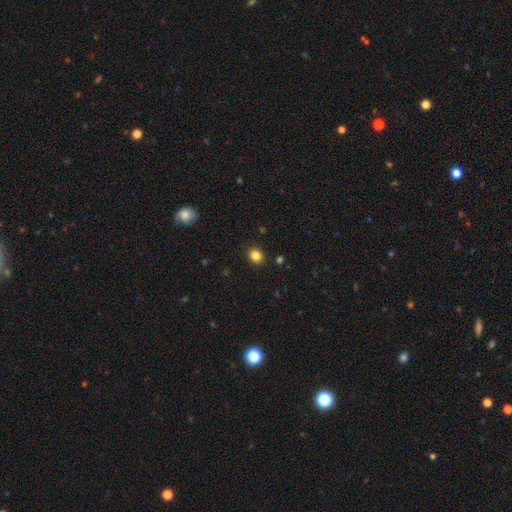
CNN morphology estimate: Q: Smooth or featured?
A: smooth (84%); runner-up: star or artifact (12%)
Q: How rounded?
A: round (75%); runner-up: in between (24%)
Q: Merging?
A: none (90%); runner-up: minor disturbance (6%)